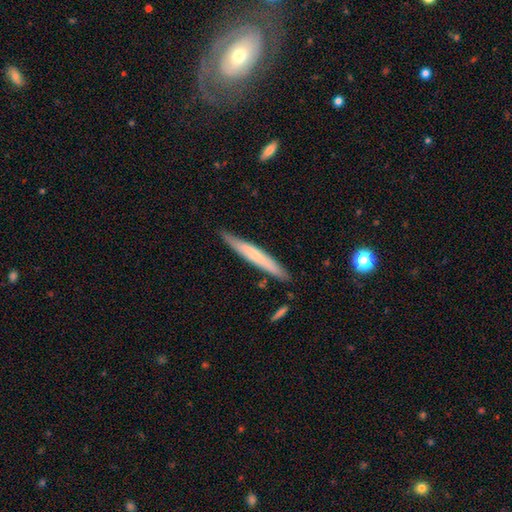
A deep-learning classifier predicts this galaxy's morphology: A smooth galaxy with no disk features (54%) that is cigar-shaped (96%).

Vote fractions:
- Smooth or featured? smooth: 54% / featured or disk: 40% / star or artifact: 6%
- How rounded? cigar-shaped: 96% / in between: 3% / round: 1%
- Merging? none: 85% / minor disturbance: 11% / merger: 2% / major disturbance: 2%